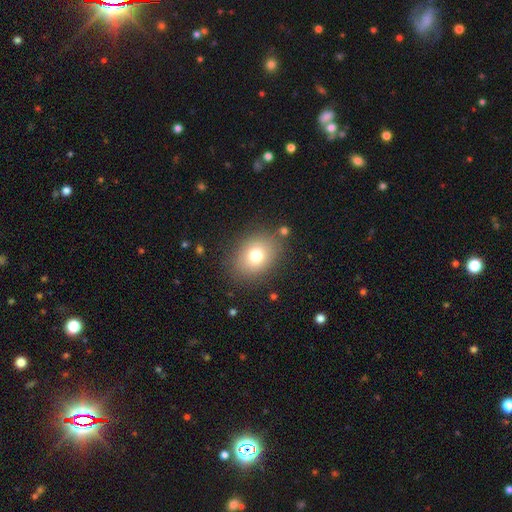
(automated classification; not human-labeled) This is likely a smooth galaxy (76%). How rounded: possibly in between (52%). Merging: clearly none (82%).